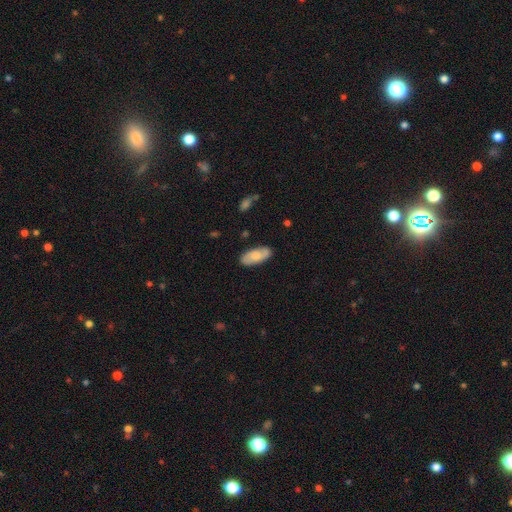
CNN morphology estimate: Smooth or featured: smooth — 64% (featured or disk — 30%)
How rounded: in between — 87% (cigar-shaped — 11%)
Merging: none — 82% (minor disturbance — 13%)